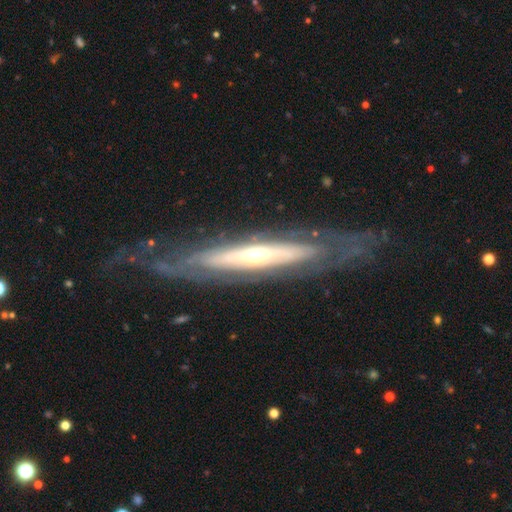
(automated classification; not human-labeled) Overall: featured or disk (81%). Edge-on disk: no (53%; yes 47%). Merging: none (69%).